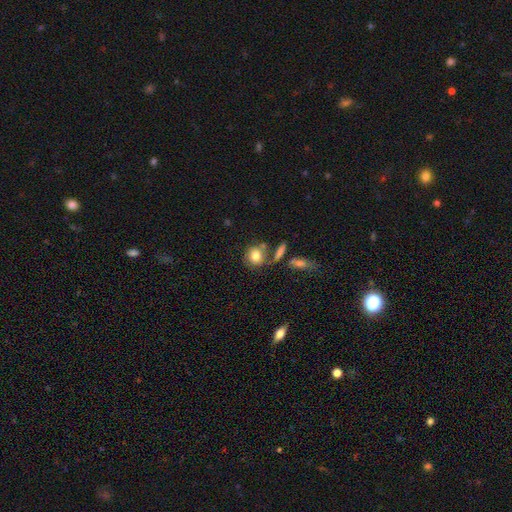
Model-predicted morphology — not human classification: A smooth galaxy with no disk features (78%) that is round (71%).

Vote fractions:
- Smooth or featured? smooth: 78% / featured or disk: 12% / star or artifact: 9%
- How rounded? round: 71% / in between: 26% / cigar-shaped: 2%
- Merging? none: 62% / merger: 18% / minor disturbance: 15% / major disturbance: 5%